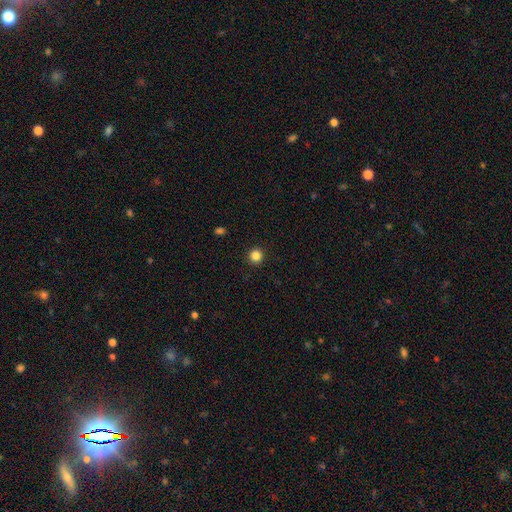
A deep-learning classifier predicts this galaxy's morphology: smooth_or_featured: smooth (p=0.85) [alt: star or artifact p=0.11]
how_rounded: round (p=0.96) [alt: in between p=0.04]
merging: none (p=0.93) [alt: minor disturbance p=0.04]